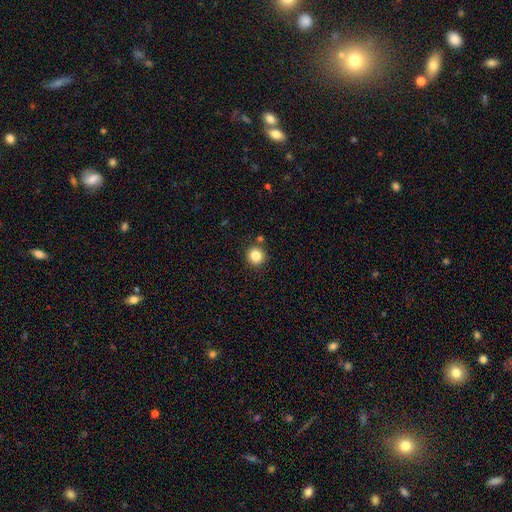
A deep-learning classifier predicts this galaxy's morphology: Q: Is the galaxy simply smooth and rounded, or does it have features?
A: smooth — 84%.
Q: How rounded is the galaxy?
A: round — 93%.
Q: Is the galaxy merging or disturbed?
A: none — 86%.